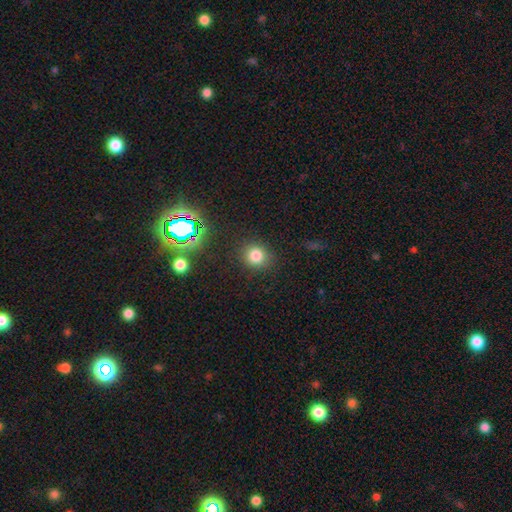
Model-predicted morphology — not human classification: A smooth galaxy with no disk features (78%) that is round (85%). Merging: none (85%).